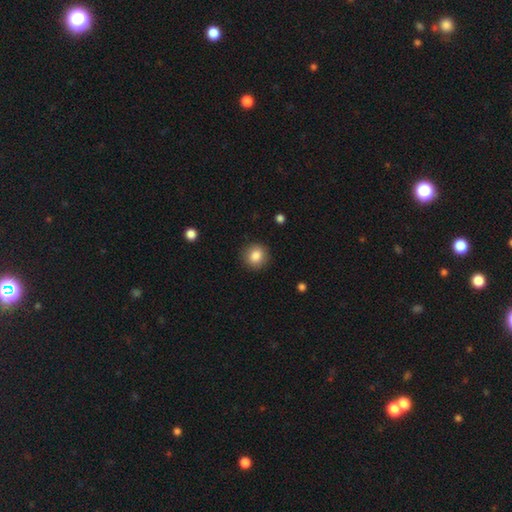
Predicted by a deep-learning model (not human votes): Smooth or featured? smooth (85%)
How rounded? round (89%)
Merging? none (89%)